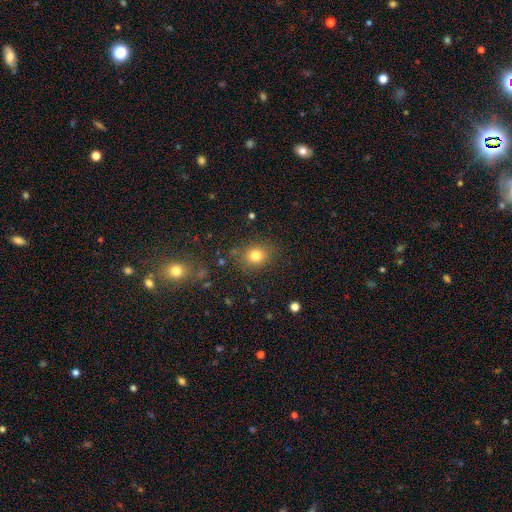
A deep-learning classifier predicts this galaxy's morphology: Q: Smooth or featured?
A: smooth (79%); runner-up: star or artifact (13%)
Q: How rounded?
A: round (69%); runner-up: in between (30%)
Q: Merging?
A: none (82%); runner-up: minor disturbance (11%)